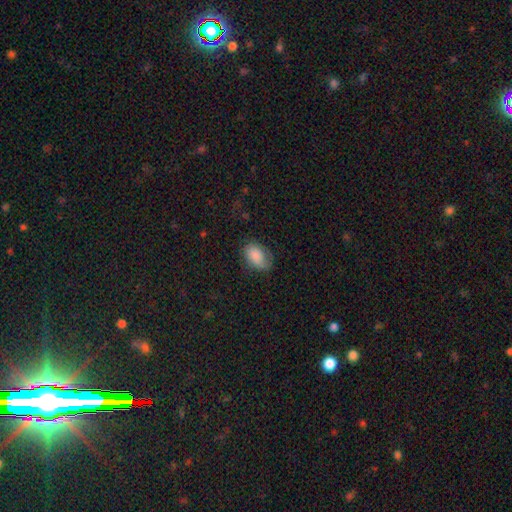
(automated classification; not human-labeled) This is likely a smooth galaxy (77%). How rounded: clearly in between (87%). Merging: likely none (63%).